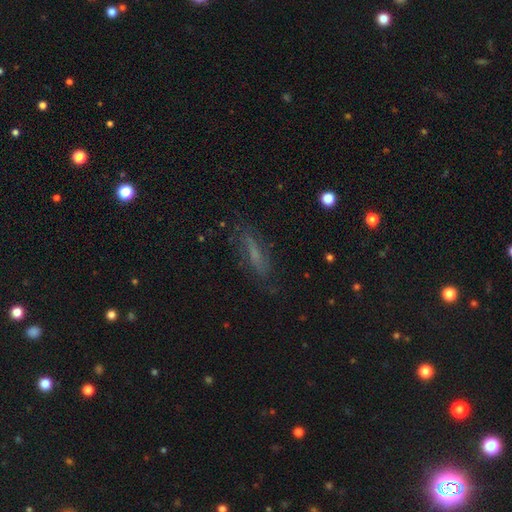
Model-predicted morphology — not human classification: This appears to be a smooth galaxy with no disk features (45%). Merging: none (72%).